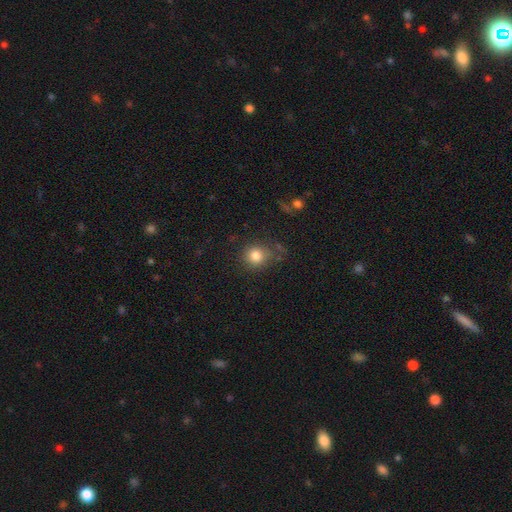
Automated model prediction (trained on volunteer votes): smooth-or-featured: smooth: 81% | star or artifact: 11% | featured or disk: 7%
  how-rounded: round: 82% | in between: 17% | cigar-shaped: 1%
  merging: none: 72% | minor disturbance: 18% | major disturbance: 7% | merger: 4%